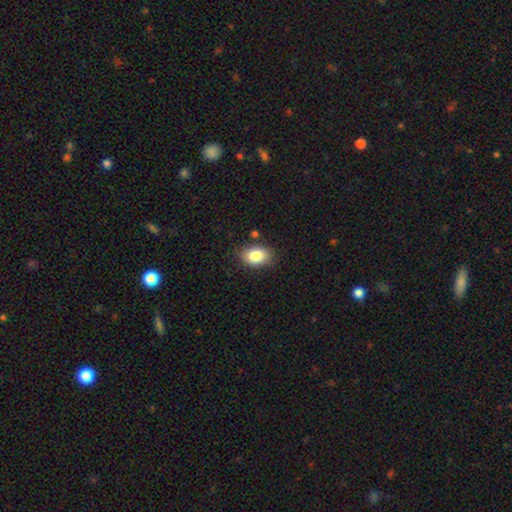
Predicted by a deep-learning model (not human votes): smooth 85%, star or artifact 8%, featured or disk 7%. Down the decision tree: how rounded — in between (80%); merging — none (81%).